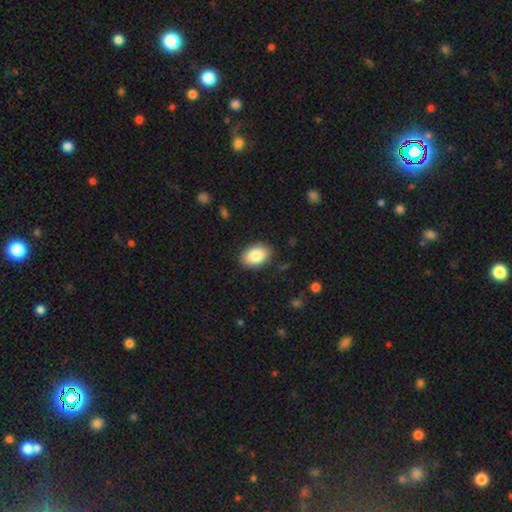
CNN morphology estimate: Q: Smooth or featured?
A: smooth (85%); runner-up: featured or disk (8%)
Q: How rounded?
A: in between (86%); runner-up: round (13%)
Q: Merging?
A: none (87%); runner-up: minor disturbance (10%)